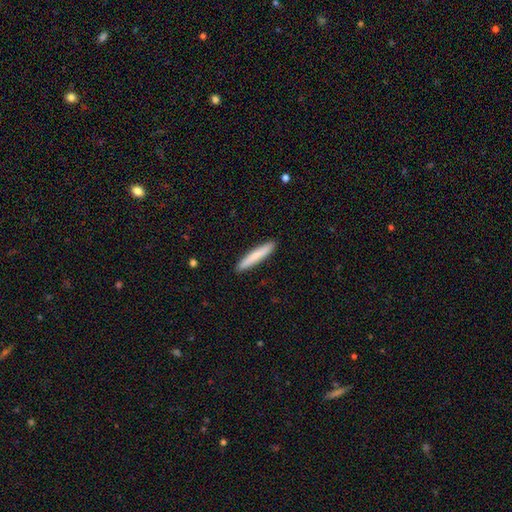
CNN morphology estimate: Overall: smooth (79%). How rounded: cigar-shaped (95%). Merging: none (92%).